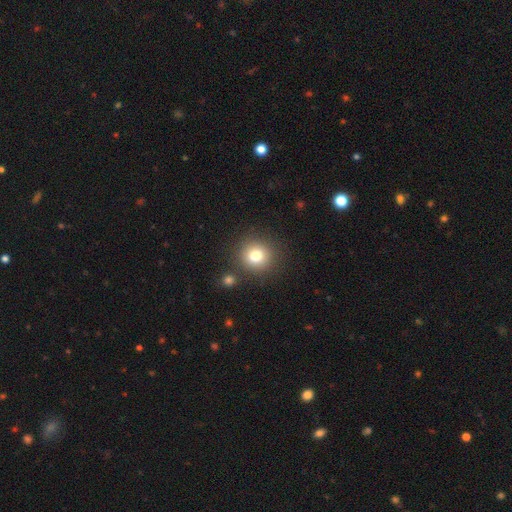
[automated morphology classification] type=smooth (80%); roundness=round (90%); merging=none (83%).